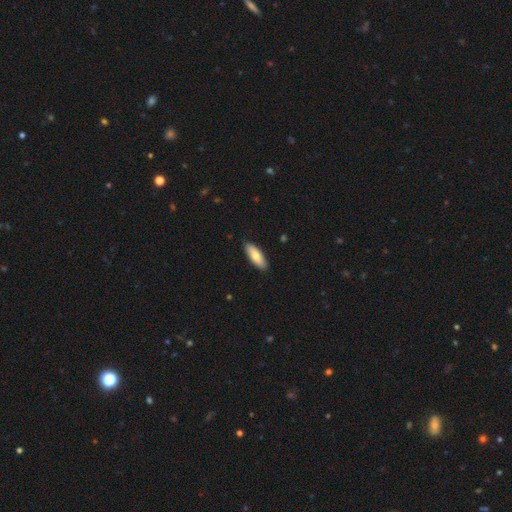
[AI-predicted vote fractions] This is likely a smooth galaxy (76%). How rounded: likely in between (68%). Merging: clearly none (89%).